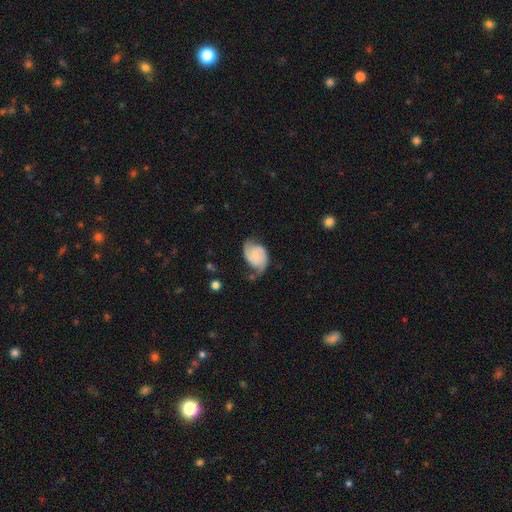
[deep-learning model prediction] Morphology: type=featured or disk (61%); edge-on=no (98%); bar=no (73%); spiral arms=yes (91%); winding=medium (41%); arm count=2 (85%); bulge=small (48%); merging=none (46%).